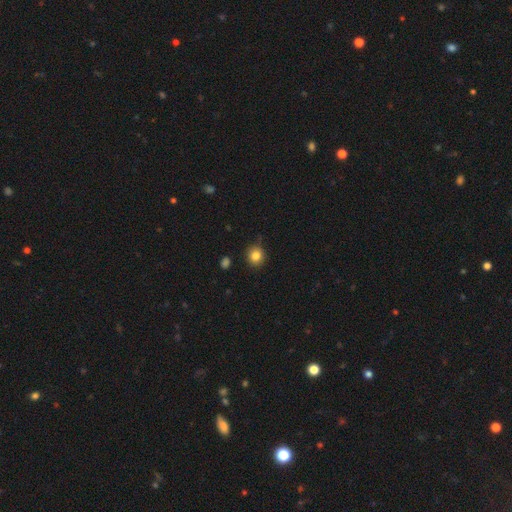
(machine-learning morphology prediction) Smooth or featured: smooth — 84% (star or artifact — 11%)
How rounded: round — 85% (in between — 14%)
Merging: none — 84% (minor disturbance — 11%)